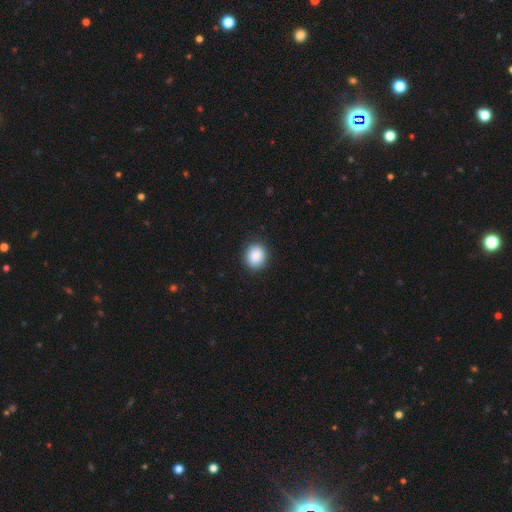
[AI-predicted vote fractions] This is clearly a smooth galaxy (87%). How rounded: likely round (70%). Merging: clearly none (89%).